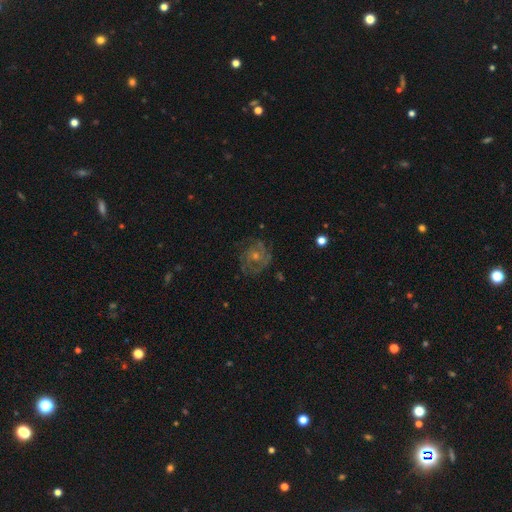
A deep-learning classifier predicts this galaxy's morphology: Smooth or featured: featured or disk — 68% (smooth — 17%)
Edge-on disk: no — 97% (yes — 3%)
Bar: no — 77% (weak — 20%)
Spiral arms: yes — 84% (no — 16%)
Spiral winding: tight — 57% (medium — 34%)
Spiral arm count: can't tell — 38% (2 — 29%)
Bulge size: small — 49% (moderate — 44%)
Merging: none — 75% (minor disturbance — 15%)